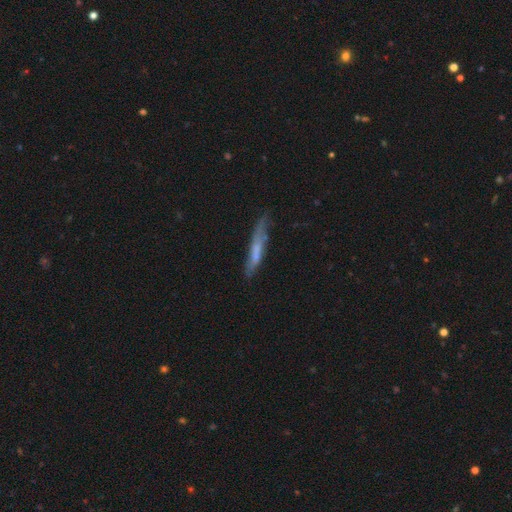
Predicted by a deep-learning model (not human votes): Smooth or featured: smooth — 47% (featured or disk — 45%)
Merging: none — 63% (minor disturbance — 26%)